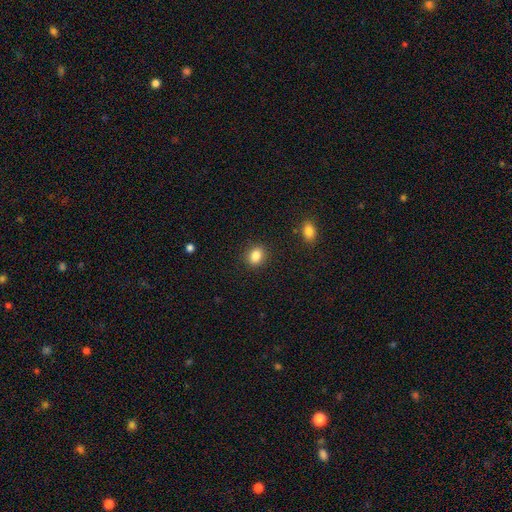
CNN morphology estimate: This is clearly a smooth galaxy (85%). How rounded: possibly in between (57%). Merging: clearly none (88%).